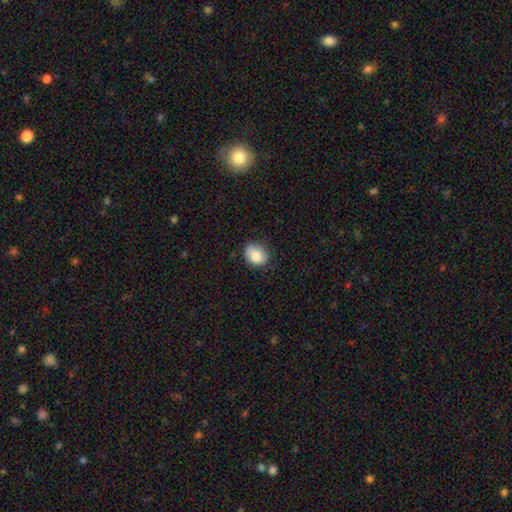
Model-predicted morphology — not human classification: Smooth or featured: smooth — 84% (star or artifact — 8%)
How rounded: round — 54% (in between — 45%)
Merging: none — 76% (minor disturbance — 20%)